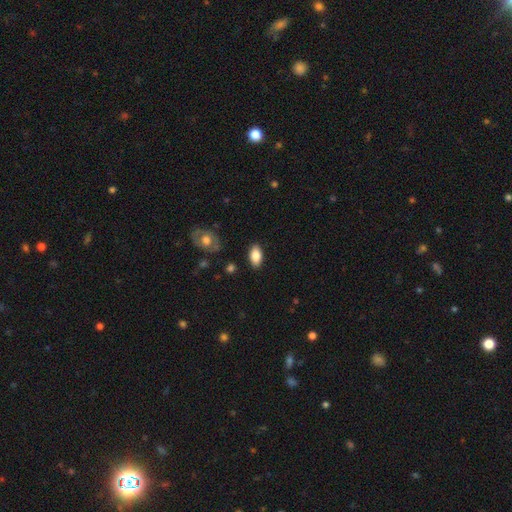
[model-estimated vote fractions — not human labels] Smooth or featured?
  - smooth: 83% *
  - featured or disk: 10%
  - star or artifact: 7%
How rounded?
  - in between: 93% *
  - round: 4%
  - cigar-shaped: 3%
Merging?
  - none: 86% *
  - minor disturbance: 10%
  - major disturbance: 2%
  - merger: 1%